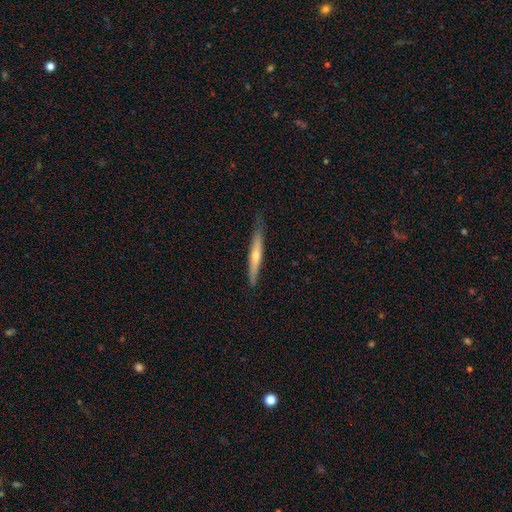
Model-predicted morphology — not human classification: This appears to be a featured or disk galaxy (53%) viewed edge-on (94%) with a rounded central bulge (73%). Merging: none (79%).